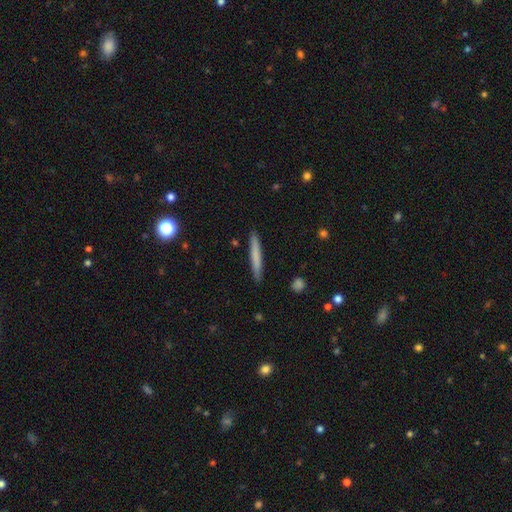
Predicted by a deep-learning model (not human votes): This appears to be a smooth galaxy with no disk features (71%) that is cigar-shaped (96%). Merging: none (90%).